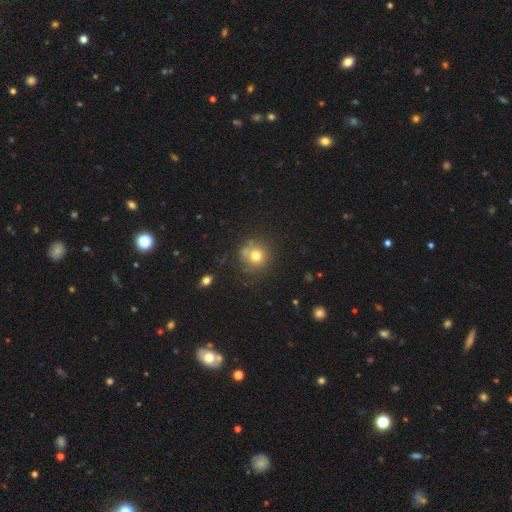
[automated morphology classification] smooth_or_featured: smooth (p=0.74) [alt: star or artifact p=0.14]
how_rounded: round (p=0.91) [alt: in between p=0.08]
merging: none (p=0.73) [alt: minor disturbance p=0.14]